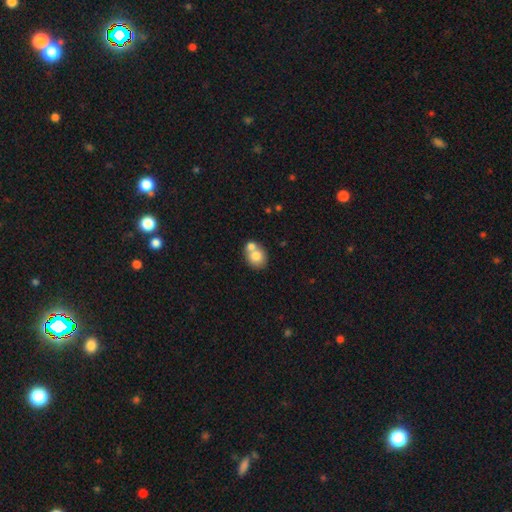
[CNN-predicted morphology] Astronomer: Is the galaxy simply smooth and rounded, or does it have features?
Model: smooth — 75%.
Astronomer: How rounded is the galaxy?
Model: round — 64%.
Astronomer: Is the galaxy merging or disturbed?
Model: merger — 50% (runner-up: none, 38%).